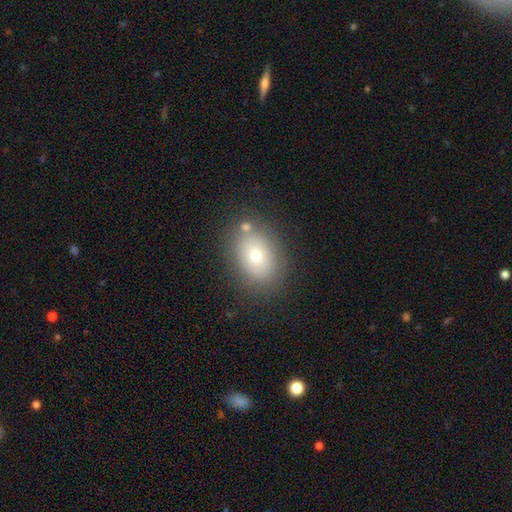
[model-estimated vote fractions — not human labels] This appears to be a smooth galaxy with no disk features (69%) that is in between round and cigar-shaped (70%). Merging: none (77%).